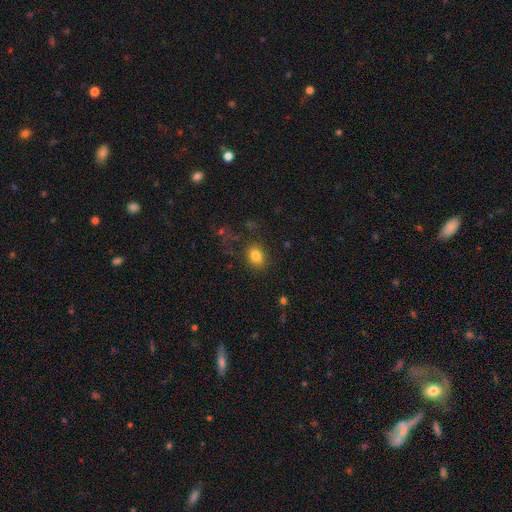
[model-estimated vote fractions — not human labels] A smooth galaxy with no disk features (81%) that is in between round and cigar-shaped (53%).

Vote fractions:
- Smooth or featured? smooth: 81% / star or artifact: 11% / featured or disk: 8%
- How rounded? in between: 53% / round: 46% / cigar-shaped: 1%
- Merging? none: 80% / minor disturbance: 13% / major disturbance: 5% / merger: 3%